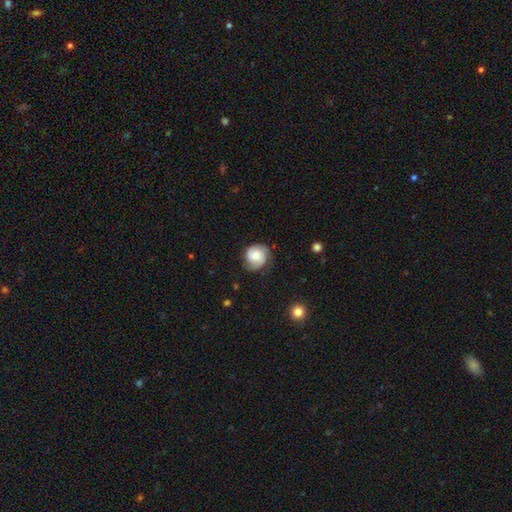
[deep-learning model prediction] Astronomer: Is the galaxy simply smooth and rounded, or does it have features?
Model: smooth — 47% (runner-up: featured or disk, 45%).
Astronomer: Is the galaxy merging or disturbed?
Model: none — 71%.